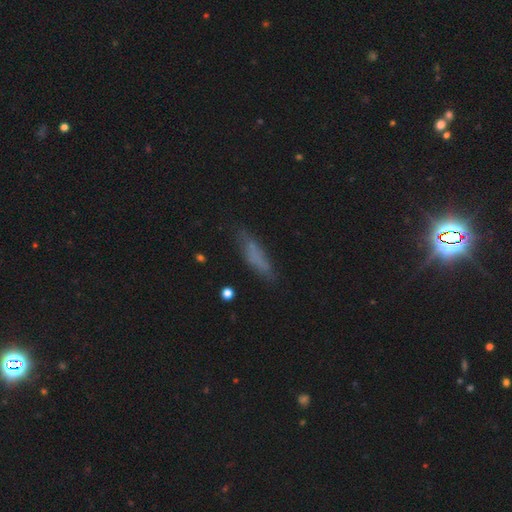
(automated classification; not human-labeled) Smooth or featured: smooth — 63% (featured or disk — 25%)
How rounded: cigar-shaped — 72% (in between — 26%)
Merging: none — 69% (minor disturbance — 21%)